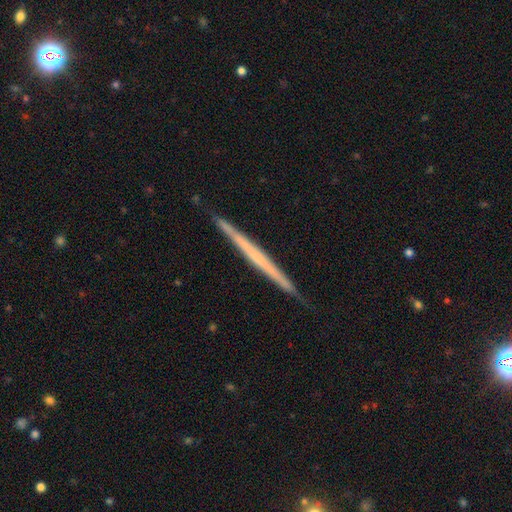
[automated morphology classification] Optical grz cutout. It shows a featured or disk galaxy (62%) viewed edge-on (98%) with no central bulge (85%). Merging: none (90%).